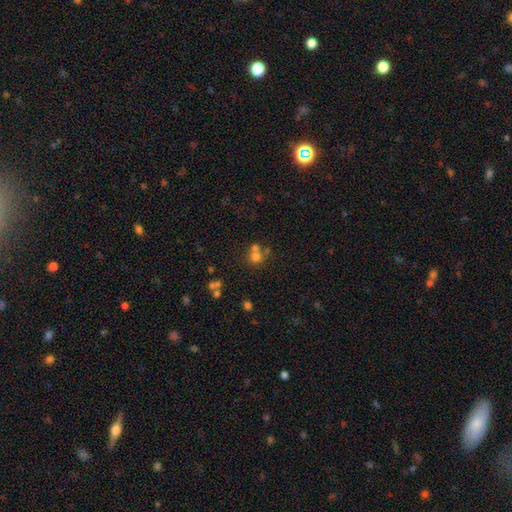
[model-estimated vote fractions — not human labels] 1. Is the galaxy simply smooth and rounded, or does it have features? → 67% smooth, 18% star or artifact, 15% featured or disk.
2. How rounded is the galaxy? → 86% round, 13% in between, 1% cigar-shaped.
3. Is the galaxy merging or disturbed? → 47% none, 42% merger, 7% minor disturbance, 4% major disturbance.